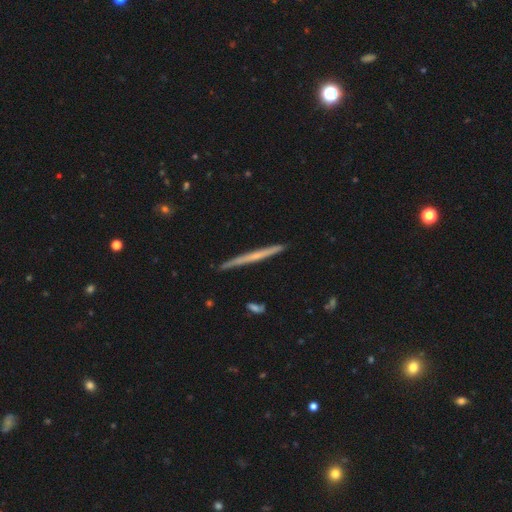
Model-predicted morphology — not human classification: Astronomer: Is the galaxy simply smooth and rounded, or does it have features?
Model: featured or disk — 55% (runner-up: smooth, 40%).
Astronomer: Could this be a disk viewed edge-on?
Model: yes — 97%.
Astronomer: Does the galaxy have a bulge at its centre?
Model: none — 78%.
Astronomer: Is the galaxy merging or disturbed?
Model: none — 90%.